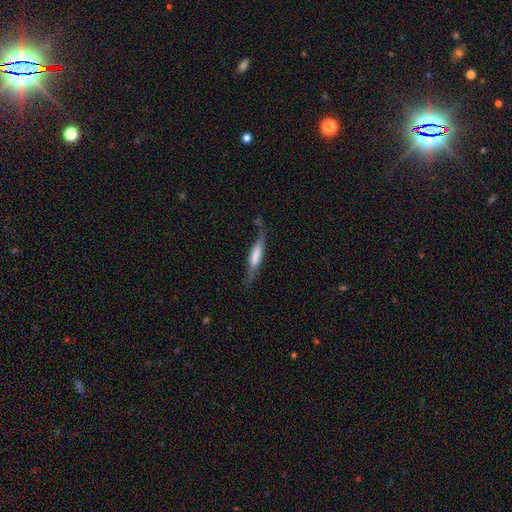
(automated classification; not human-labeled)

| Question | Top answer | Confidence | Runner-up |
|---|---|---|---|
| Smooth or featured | smooth | 53% | featured or disk (41%) |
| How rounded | cigar-shaped | 83% | in between (16%) |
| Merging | none | 59% | minor disturbance (26%) |